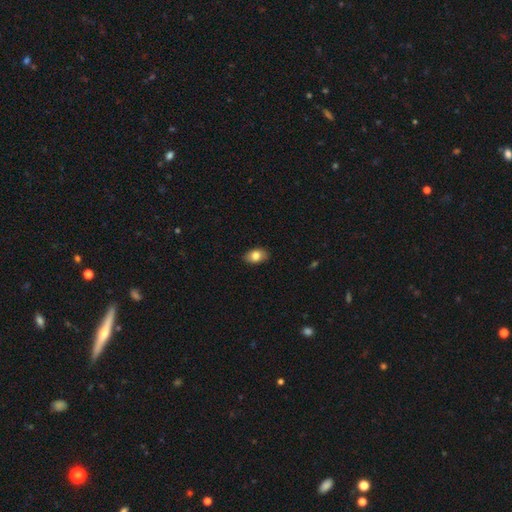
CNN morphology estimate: Smooth or featured? Predicted: smooth (p=0.80). How rounded? Predicted: in between (p=0.87). Merging? Predicted: none (p=0.87).